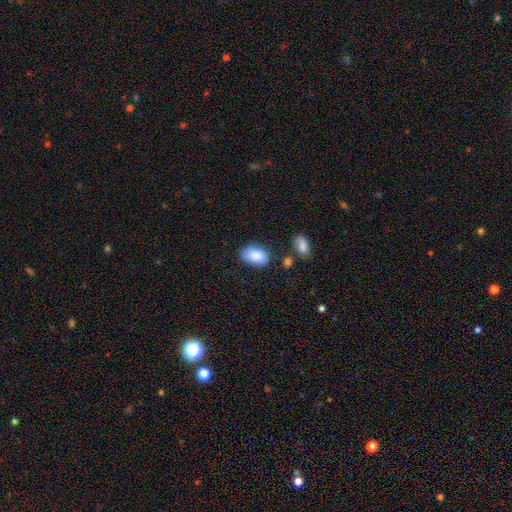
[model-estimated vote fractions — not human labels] Smooth or featured?
  - smooth: 83% *
  - featured or disk: 10%
  - star or artifact: 7%
How rounded?
  - in between: 87% *
  - round: 12%
  - cigar-shaped: 1%
Merging?
  - none: 75% *
  - minor disturbance: 17%
  - merger: 5%
  - major disturbance: 4%